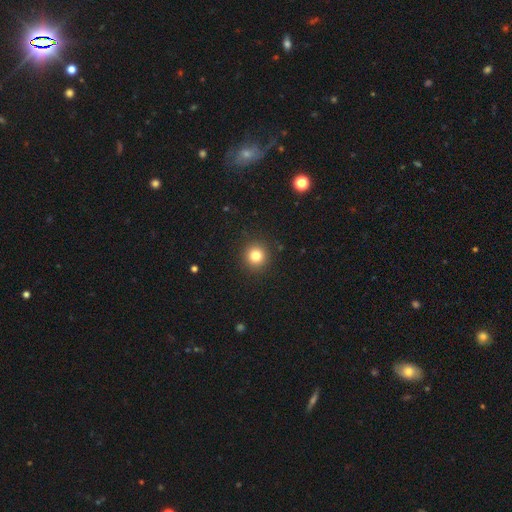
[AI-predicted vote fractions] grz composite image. It shows a smooth galaxy with no disk features (81%) that is round (93%). Merging: none (91%).